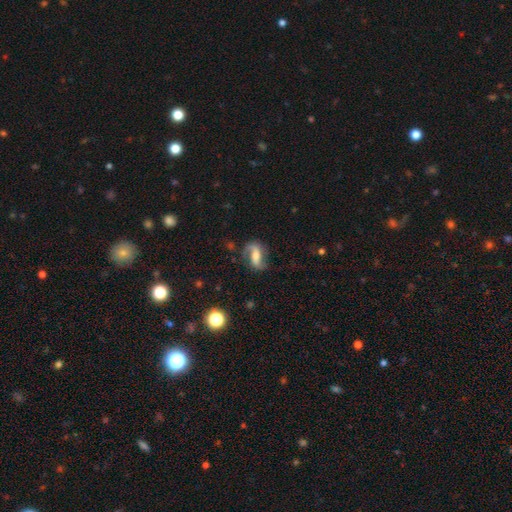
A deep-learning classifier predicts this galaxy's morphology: Smooth or featured?
  - featured or disk: 76% *
  - smooth: 17%
  - star or artifact: 8%
Edge-on disk?
  - no: 96% *
  - yes: 4%
Bar?
  - weak: 38% *
  - strong: 34%
  - no: 28%
Spiral arms?
  - yes: 94% *
  - no: 6%
Spiral winding?
  - loose: 54% *
  - medium: 35%
  - tight: 11%
Spiral arm count?
  - 2: 82% *
  - 1: 12%
  - can't tell: 3%
  - 3: 1%
  - 4: 1%
  - more than 4: 1%
Bulge size?
  - moderate: 39% *
  - small: 26%
  - large: 17%
  - none: 14%
  - dominant: 3%
Merging?
  - none: 66% *
  - minor disturbance: 19%
  - major disturbance: 13%
  - merger: 3%